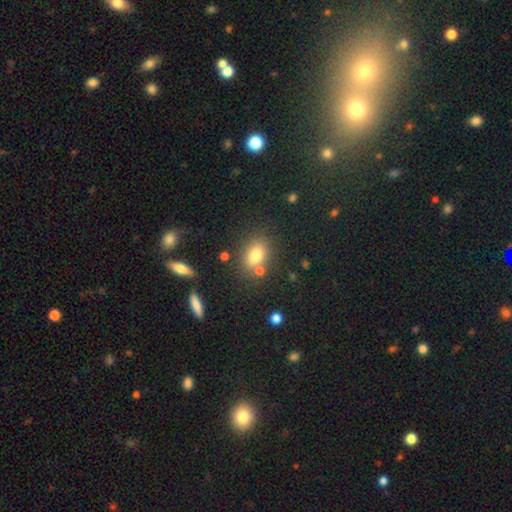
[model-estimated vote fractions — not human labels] Smooth or featured? smooth (76%)
How rounded? in between (70%)
Merging? none (70%)